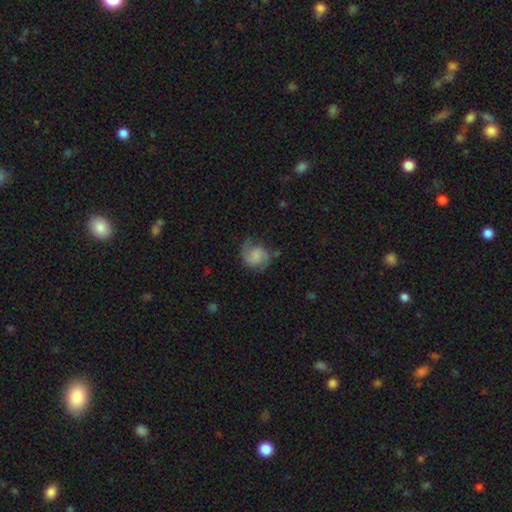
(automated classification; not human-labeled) Smooth or featured: featured or disk — 67% (smooth — 25%)
Edge-on disk: no — 98% (yes — 2%)
Bar: no — 57% (weak — 36%)
Spiral arms: yes — 94% (no — 6%)
Spiral winding: medium — 49% (tight — 27%)
Spiral arm count: 2 — 86% (can't tell — 5%)
Bulge size: none — 45% (small — 29%)
Merging: none — 69% (minor disturbance — 20%)